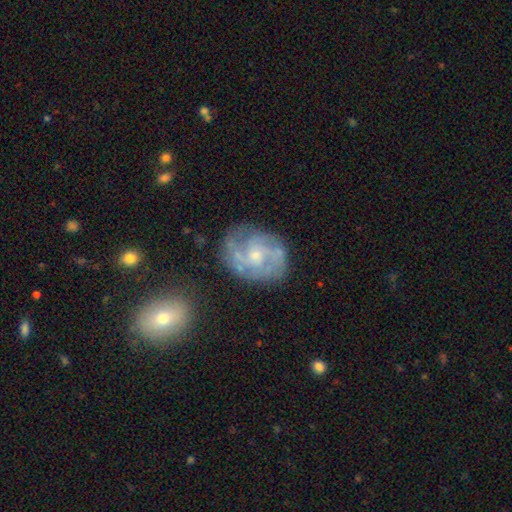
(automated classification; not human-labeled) smooth_or_featured: featured or disk (p=0.79) [alt: smooth p=0.14]
disk_edge_on: no (p=0.97) [alt: yes p=0.03]
bar: no (p=0.68) [alt: weak p=0.28]
has_spiral_arms: yes (p=0.90) [alt: no p=0.10]
spiral_winding: tight (p=0.47) [alt: medium p=0.41]
spiral_arm_count: 2 (p=0.29) [tied with: can't tell p=0.29]
bulge_size: small (p=0.61) [alt: moderate p=0.32]
merging: none (p=0.70) [alt: minor disturbance p=0.18]